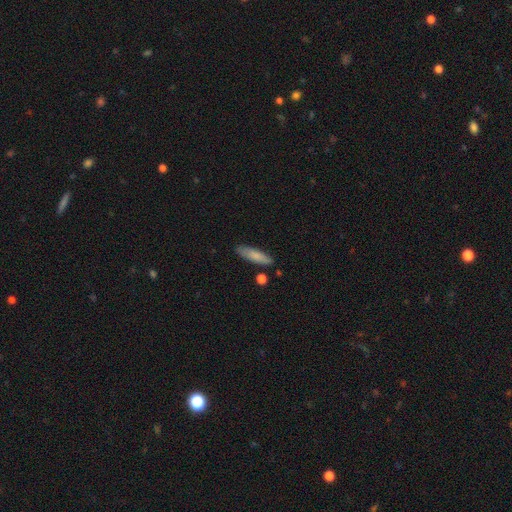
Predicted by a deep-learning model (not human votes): smooth 79%, featured or disk 15%, star or artifact 6%. Down the decision tree: how rounded — cigar-shaped (67%); merging — none (82%).